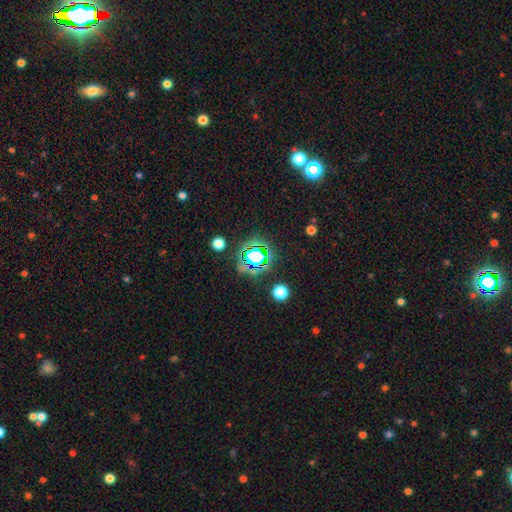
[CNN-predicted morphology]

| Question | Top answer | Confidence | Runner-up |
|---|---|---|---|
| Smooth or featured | star or artifact | 65% | smooth (24%) |